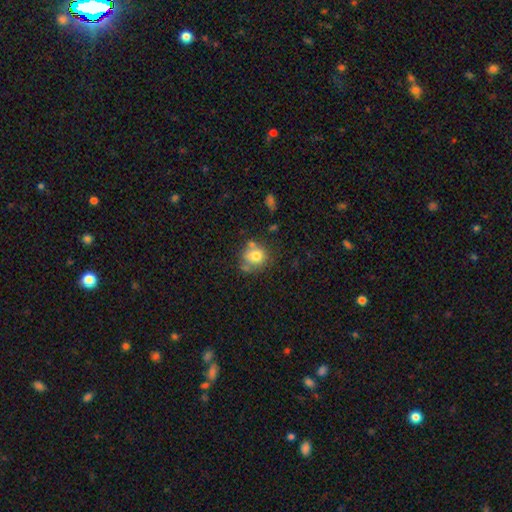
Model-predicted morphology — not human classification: A smooth galaxy with no disk features (76%) that is round (77%).

Vote fractions:
- Smooth or featured? smooth: 76% / featured or disk: 14% / star or artifact: 10%
- How rounded? round: 77% / in between: 22% / cigar-shaped: 1%
- Merging? none: 54% / minor disturbance: 20% / merger: 18% / major disturbance: 7%